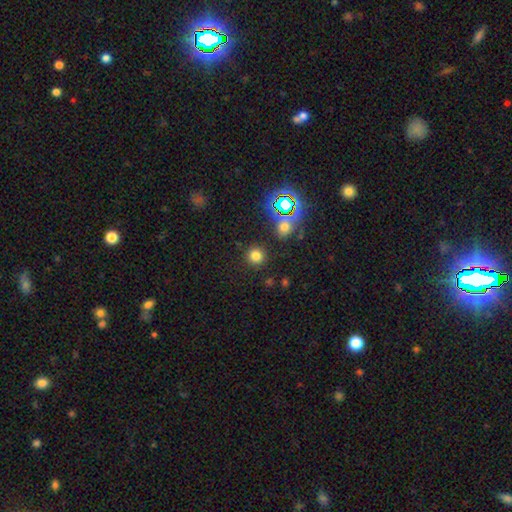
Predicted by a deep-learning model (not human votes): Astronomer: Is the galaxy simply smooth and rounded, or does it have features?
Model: smooth — 75%.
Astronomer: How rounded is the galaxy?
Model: round — 92%.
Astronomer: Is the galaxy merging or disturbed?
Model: none — 88%.